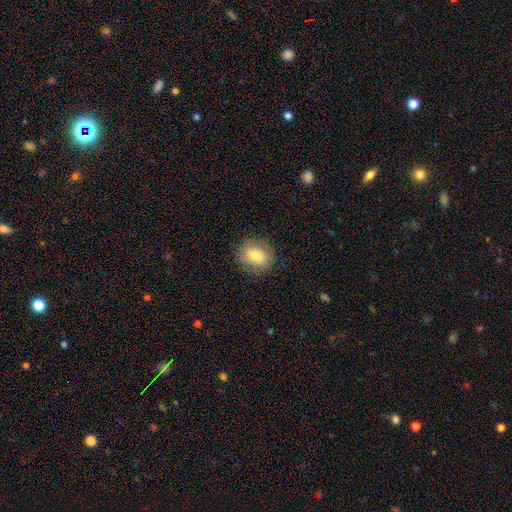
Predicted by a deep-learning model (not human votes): This appears to be a smooth galaxy with no disk features (73%) that is round (68%). Merging: none (85%).